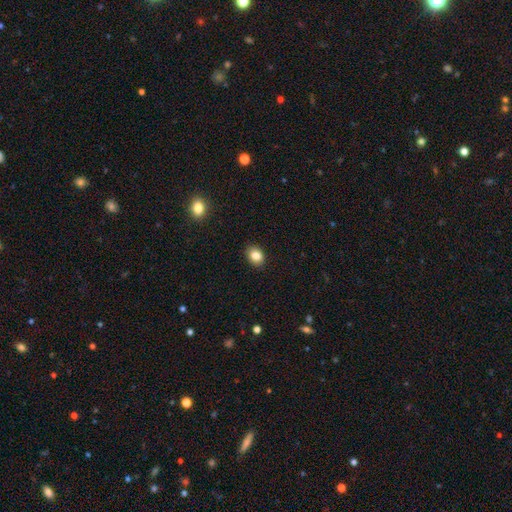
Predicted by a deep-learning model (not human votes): Smooth or featured? smooth (84%)
How rounded? in between (53%)
Merging? none (90%)